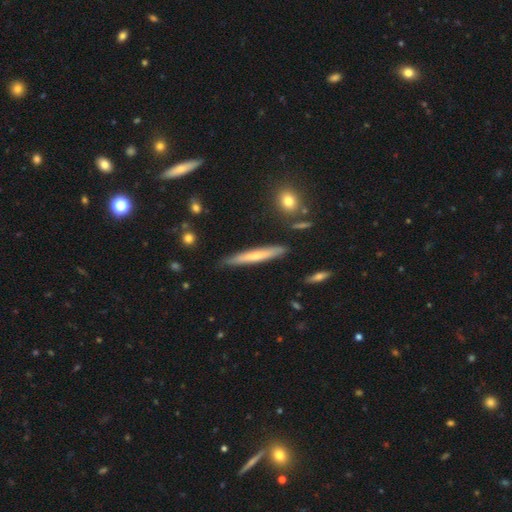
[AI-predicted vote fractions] Morphology: type=smooth (54%); roundness=cigar-shaped (94%); merging=none (83%).